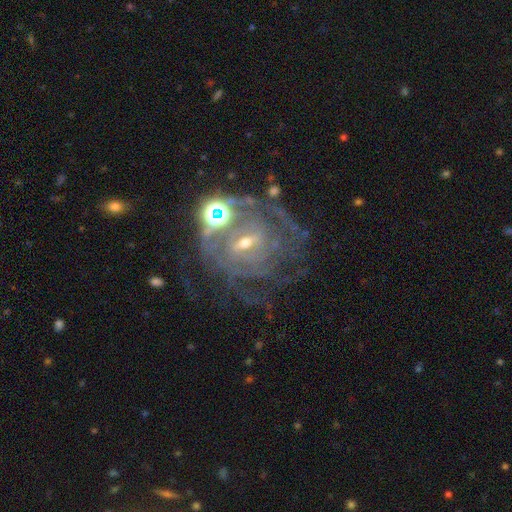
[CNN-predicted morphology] Q: Smooth or featured?
A: featured or disk (78%); runner-up: star or artifact (14%)
Q: Edge-on disk?
A: no (97%); runner-up: yes (3%)
Q: Bar?
A: weak (43%); runner-up: no (39%)
Q: Spiral arms?
A: yes (88%); runner-up: no (12%)
Q: Spiral winding?
A: tight (66%); runner-up: medium (26%)
Q: Spiral arm count?
A: can't tell (45%); runner-up: 3 (14%)
Q: Bulge size?
A: small (72%); runner-up: moderate (22%)
Q: Merging?
A: none (58%); runner-up: minor disturbance (17%)